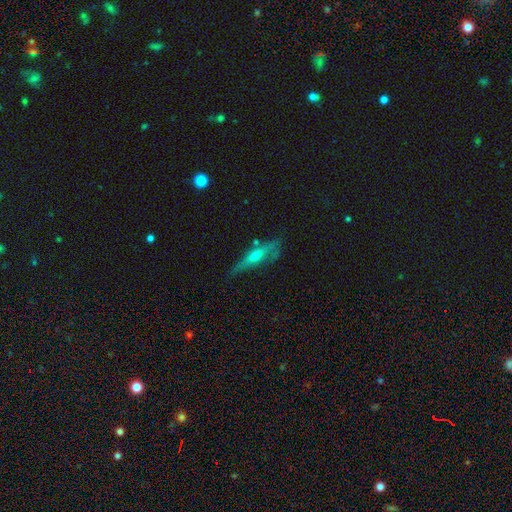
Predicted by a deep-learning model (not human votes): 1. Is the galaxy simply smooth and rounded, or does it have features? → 51% featured or disk, 42% smooth, 7% star or artifact.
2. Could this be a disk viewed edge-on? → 77% yes, 23% no.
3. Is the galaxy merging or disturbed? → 61% none, 26% minor disturbance, 9% major disturbance, 5% merger.